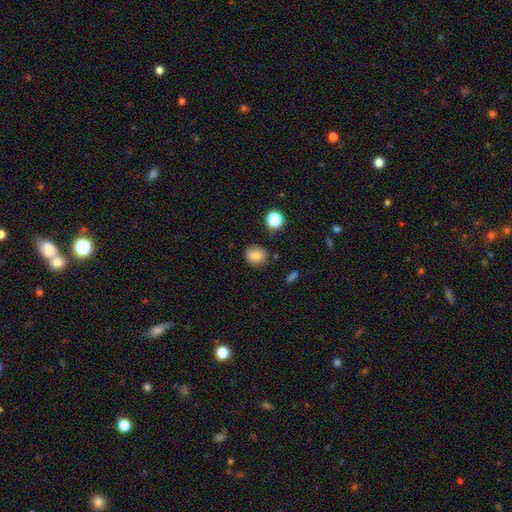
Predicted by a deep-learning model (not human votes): Smooth or featured?
  - smooth: 79% *
  - star or artifact: 11%
  - featured or disk: 10%
How rounded?
  - round: 63% *
  - in between: 36%
  - cigar-shaped: 1%
Merging?
  - none: 80% *
  - minor disturbance: 14%
  - major disturbance: 4%
  - merger: 3%